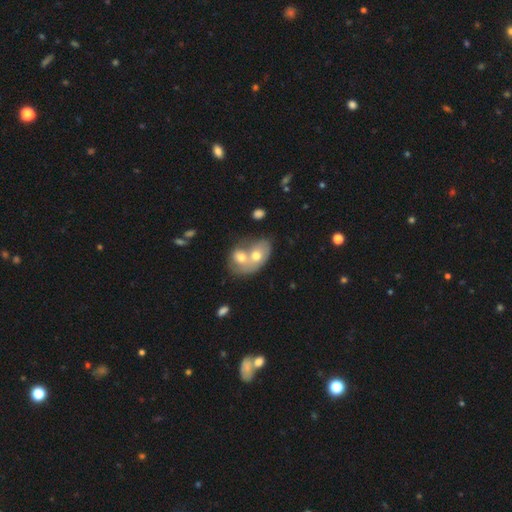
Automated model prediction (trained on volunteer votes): Morphology: type=smooth (56%); roundness=in between (72%); merging=merger (77%).